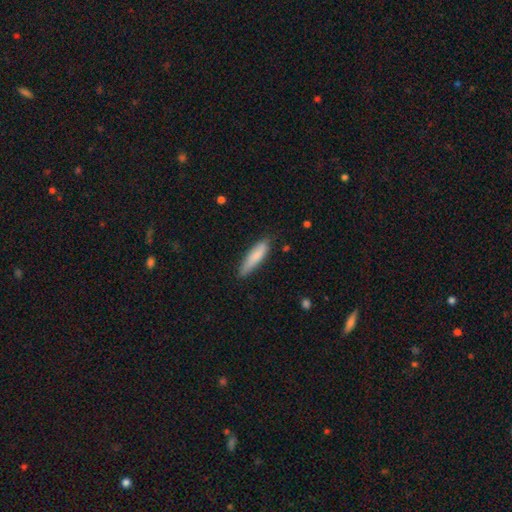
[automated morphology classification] smooth-or-featured: smooth: 82% | featured or disk: 13% | star or artifact: 6%
  how-rounded: cigar-shaped: 77% | in between: 22% | round: 1%
  merging: none: 78% | minor disturbance: 18% | major disturbance: 3% | merger: 1%